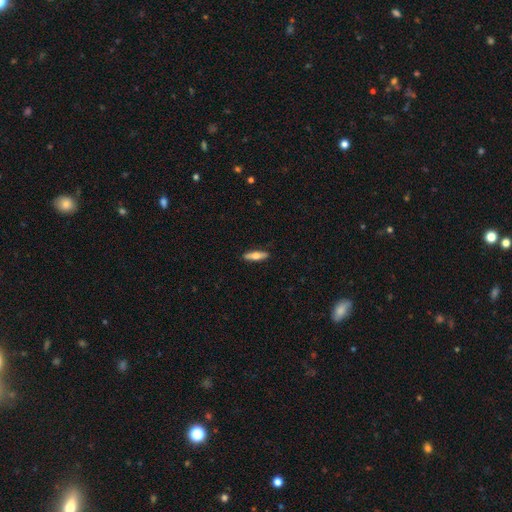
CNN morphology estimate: Overall: smooth (58%; featured or disk 37%). How rounded: cigar-shaped (66%; in between 32%). Merging: none (90%).